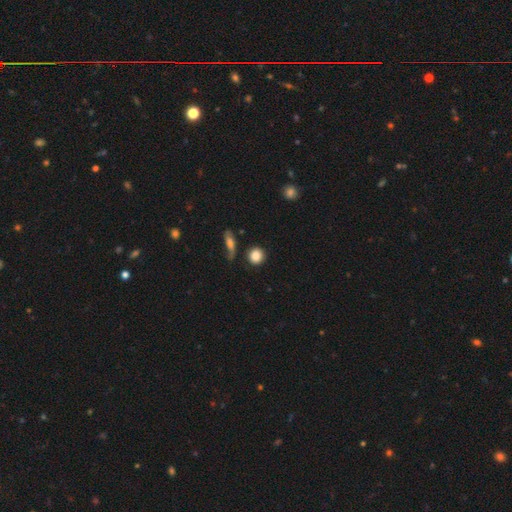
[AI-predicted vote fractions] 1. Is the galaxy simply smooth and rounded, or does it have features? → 85% smooth, 9% star or artifact, 6% featured or disk.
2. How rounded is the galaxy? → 90% round, 8% in between, 2% cigar-shaped.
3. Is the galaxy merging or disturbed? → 81% none, 11% minor disturbance, 5% merger, 4% major disturbance.